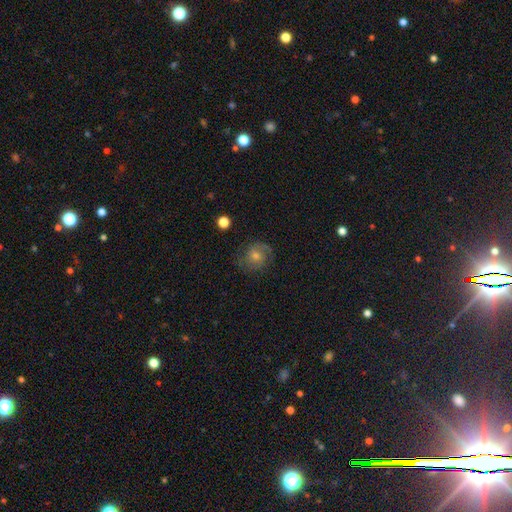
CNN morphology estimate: A featured or disk galaxy (69%) with no bar (71%), 2 (67%) medium (43%, tied with tight) spiral arms (92%) and a moderate central bulge (51%). Merging: none (77%).